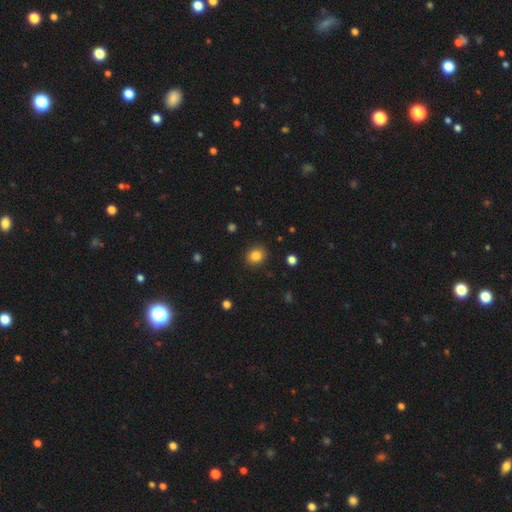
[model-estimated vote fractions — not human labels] Overall: smooth (84%). How rounded: round (71%). Merging: none (90%).